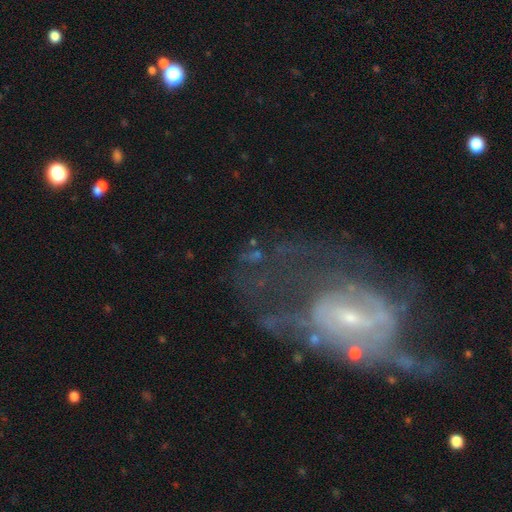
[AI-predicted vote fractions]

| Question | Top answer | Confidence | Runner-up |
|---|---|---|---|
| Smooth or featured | featured or disk | 61% | star or artifact (21%) |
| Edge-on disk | no | 94% | yes (6%) |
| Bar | no | 46% | weak (32%) |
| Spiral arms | yes | 66% | no (34%) |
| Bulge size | small | 53% | moderate (27%) |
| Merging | none | 48% | major disturbance (27%) |